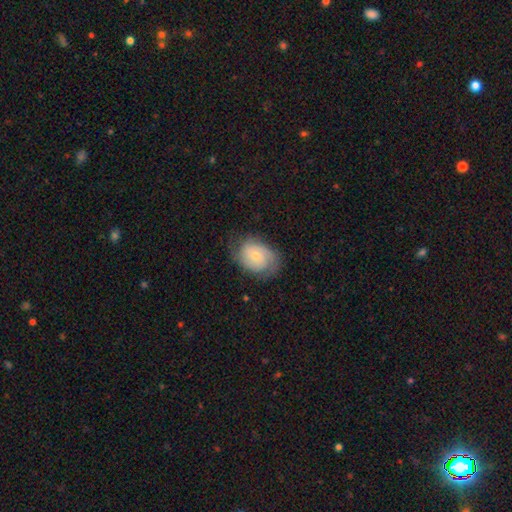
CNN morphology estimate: Smooth or featured?
  - featured or disk: 55% *
  - smooth: 38%
  - star or artifact: 7%
Edge-on disk?
  - no: 96% *
  - yes: 4%
Bar?
  - no: 77% *
  - weak: 20%
  - strong: 3%
Spiral arms?
  - yes: 84% *
  - no: 16%
Bulge size?
  - small: 63% *
  - moderate: 32%
  - large: 2%
  - none: 2%
  - dominant: 1%
Merging?
  - none: 67% *
  - minor disturbance: 23%
  - major disturbance: 10%
  - merger: 1%